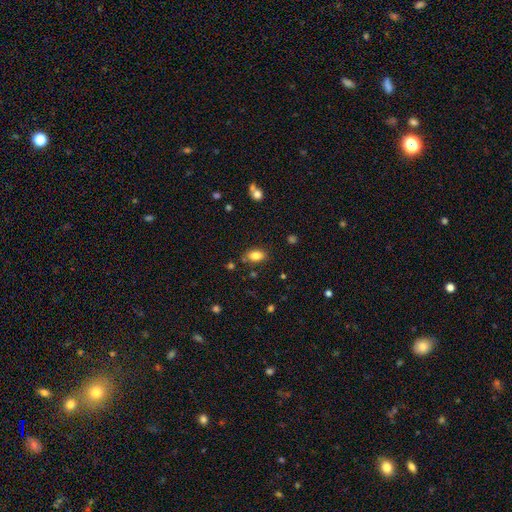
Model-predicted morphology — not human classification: type=smooth (84%); roundness=in between (87%); merging=none (79%).